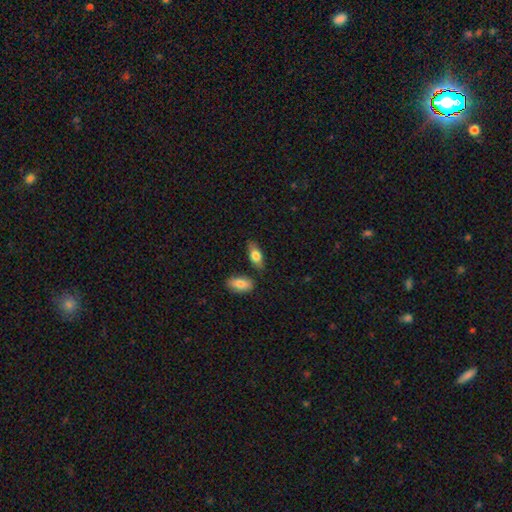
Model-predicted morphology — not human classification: Smooth or featured? smooth (74%)
How rounded? in between (81%)
Merging? none (75%)